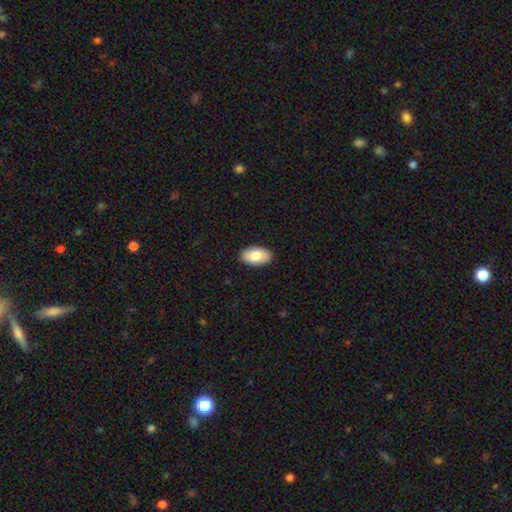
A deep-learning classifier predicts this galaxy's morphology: Overall: smooth (81%). How rounded: in between (95%). Merging: none (90%).